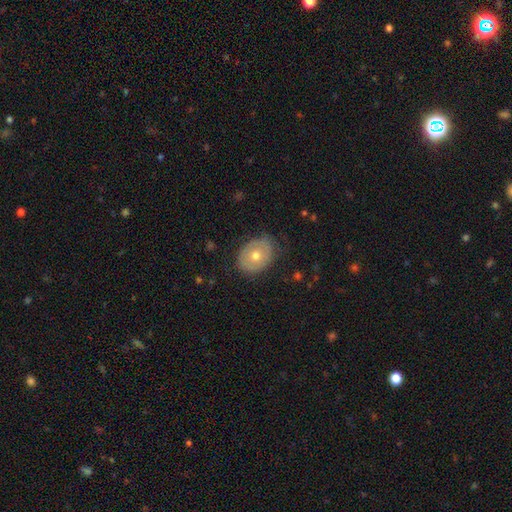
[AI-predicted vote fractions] Overall: smooth (57%; featured or disk 35%). How rounded: in between (59%; round 41%). Merging: none (79%).